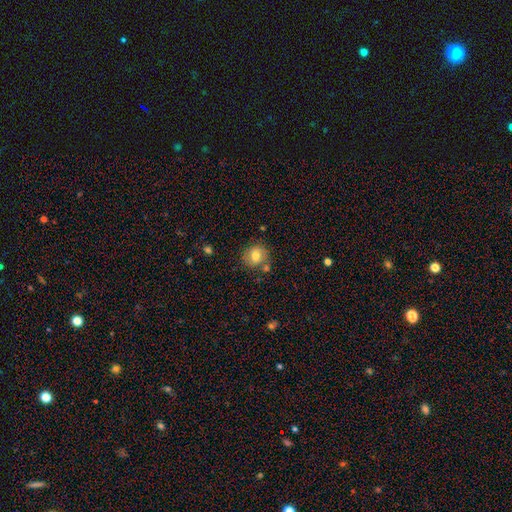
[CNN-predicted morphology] A smooth galaxy with no disk features (77%) that is round (86%).

Vote fractions:
- Smooth or featured? smooth: 77% / featured or disk: 13% / star or artifact: 10%
- How rounded? round: 86% / in between: 13% / cigar-shaped: 1%
- Merging? none: 76% / minor disturbance: 12% / merger: 9% / major disturbance: 3%